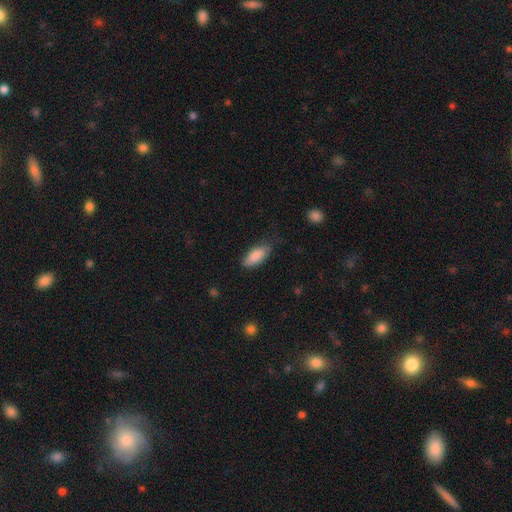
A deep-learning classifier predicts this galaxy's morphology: Smooth or featured? smooth (87%)
How rounded? in between (84%)
Merging? none (71%)